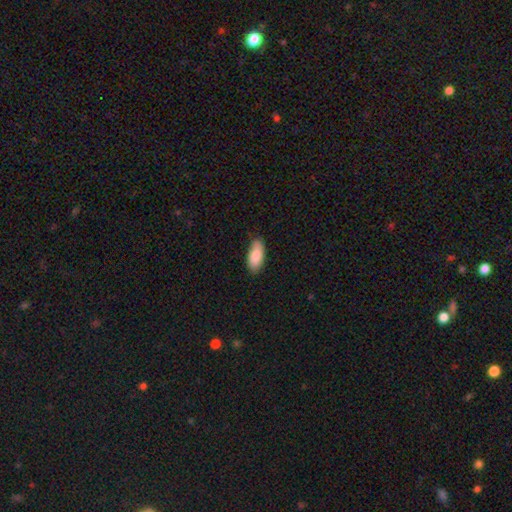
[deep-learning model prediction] A smooth galaxy with no disk features (88%) that is in between round and cigar-shaped (89%).

Vote fractions:
- Smooth or featured? smooth: 88% / featured or disk: 7% / star or artifact: 6%
- How rounded? in between: 89% / cigar-shaped: 10% / round: 2%
- Merging? none: 80% / minor disturbance: 16% / major disturbance: 2% / merger: 1%